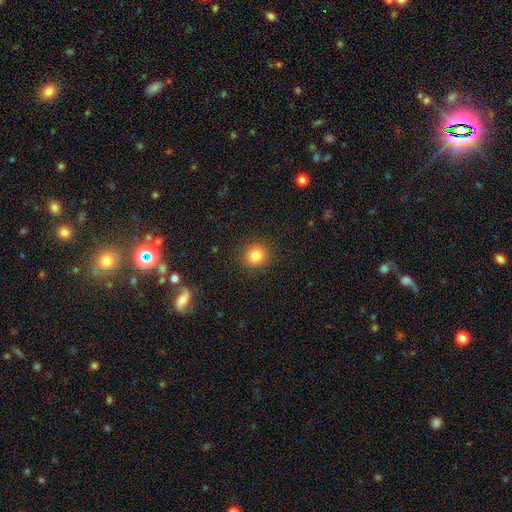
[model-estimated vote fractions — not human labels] Smooth or featured?
  - smooth: 83% *
  - star or artifact: 11%
  - featured or disk: 6%
How rounded?
  - round: 90% *
  - in between: 9%
  - cigar-shaped: 1%
Merging?
  - none: 90% *
  - minor disturbance: 6%
  - major disturbance: 2%
  - merger: 1%